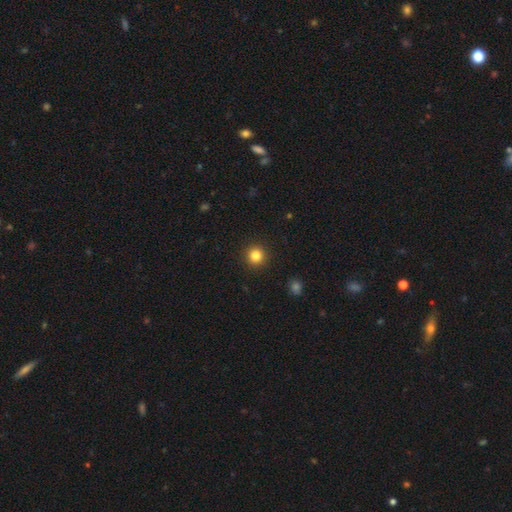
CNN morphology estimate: Smooth or featured?
  - smooth: 83% *
  - star or artifact: 12%
  - featured or disk: 5%
How rounded?
  - round: 95% *
  - in between: 4%
  - cigar-shaped: 1%
Merging?
  - none: 93% *
  - minor disturbance: 5%
  - major disturbance: 2%
  - merger: 1%